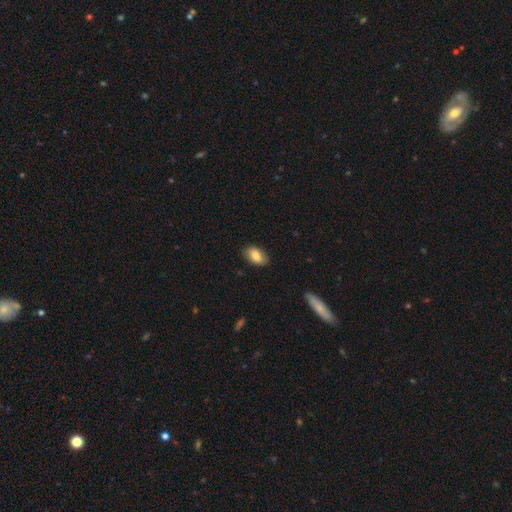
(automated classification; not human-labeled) Smooth or featured?
  - smooth: 80% *
  - featured or disk: 13%
  - star or artifact: 7%
How rounded?
  - in between: 91% *
  - round: 7%
  - cigar-shaped: 2%
Merging?
  - none: 82% *
  - minor disturbance: 14%
  - major disturbance: 3%
  - merger: 1%